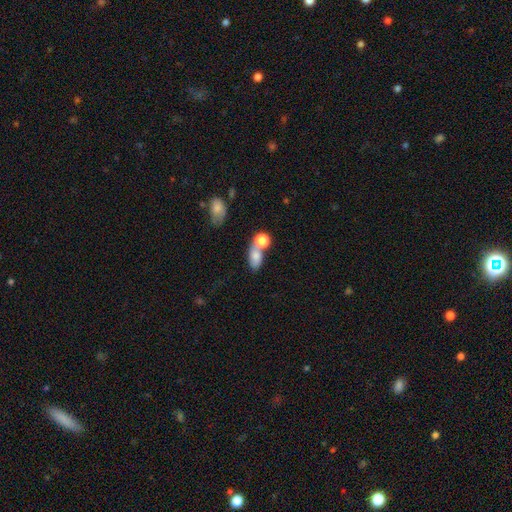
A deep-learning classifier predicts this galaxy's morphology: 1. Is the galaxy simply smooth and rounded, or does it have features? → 76% smooth, 14% featured or disk, 10% star or artifact.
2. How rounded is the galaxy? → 73% in between, 21% round, 5% cigar-shaped.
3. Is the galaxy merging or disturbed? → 48% merger, 32% none, 12% minor disturbance, 7% major disturbance.